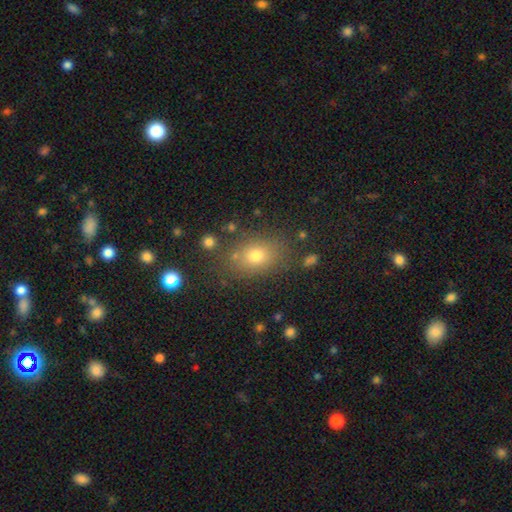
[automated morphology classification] Smooth or featured? smooth (74%)
How rounded? in between (62%)
Merging? none (78%)